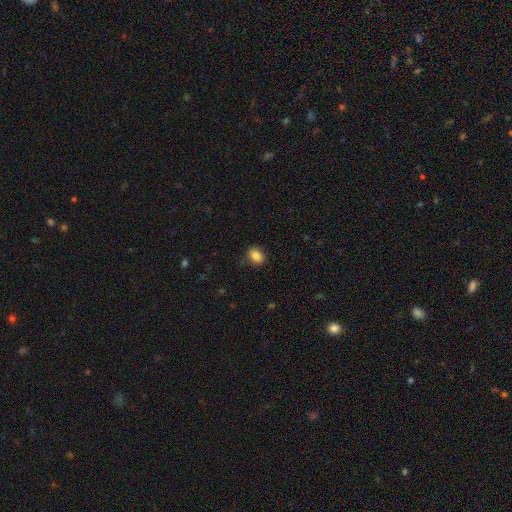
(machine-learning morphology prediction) Smooth or featured: smooth — 85% (star or artifact — 9%)
How rounded: in between — 72% (round — 27%)
Merging: none — 84% (minor disturbance — 12%)